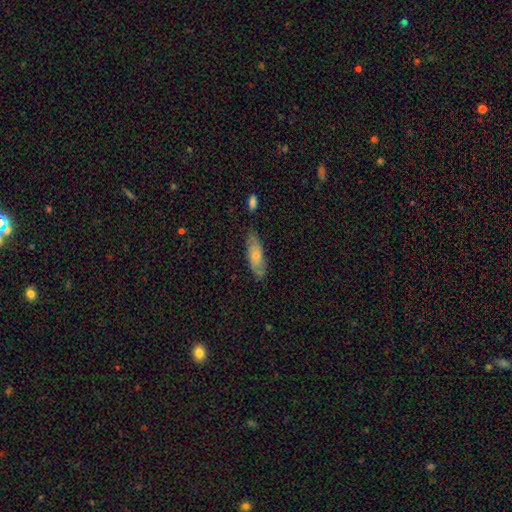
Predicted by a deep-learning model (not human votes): Smooth or featured? smooth (56%)
How rounded? in between (62%)
Merging? none (72%)